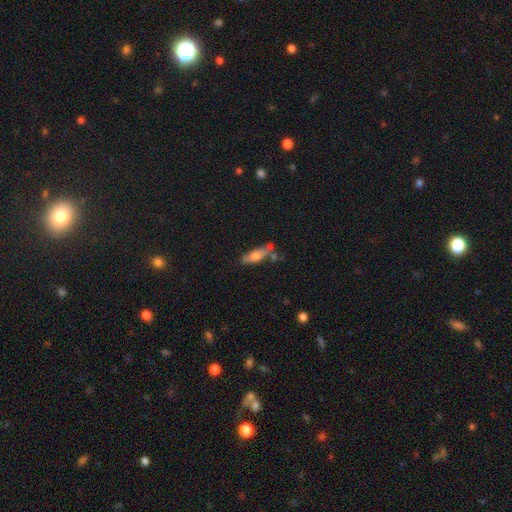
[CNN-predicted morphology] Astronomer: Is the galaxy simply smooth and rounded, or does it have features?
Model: smooth — 65%.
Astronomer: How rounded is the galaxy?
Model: in between — 53% (runner-up: cigar-shaped, 44%).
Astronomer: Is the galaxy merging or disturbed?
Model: none — 54%.